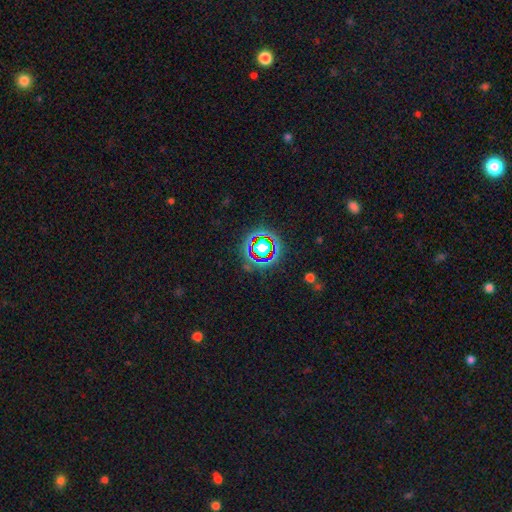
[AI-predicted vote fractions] This is likely a star or artifact rather than a galaxy (76%).